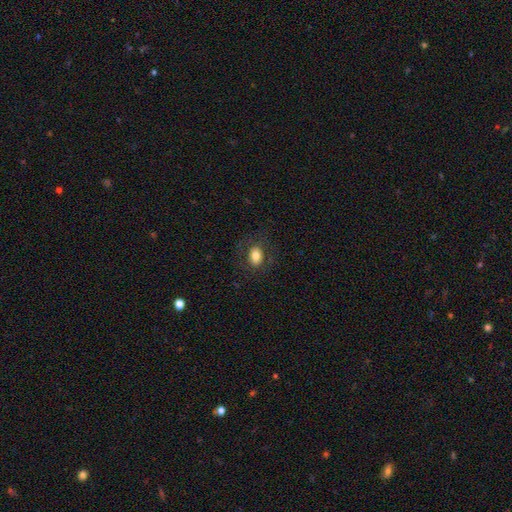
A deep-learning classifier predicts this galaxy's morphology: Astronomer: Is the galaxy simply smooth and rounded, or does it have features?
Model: smooth — 77%.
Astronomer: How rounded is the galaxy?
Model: in between — 73%.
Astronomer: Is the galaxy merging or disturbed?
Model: none — 79%.